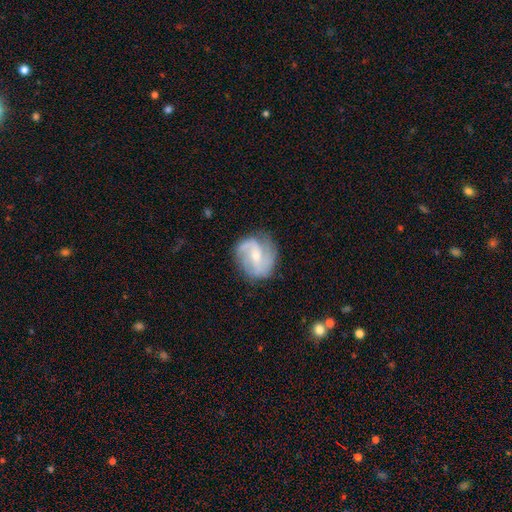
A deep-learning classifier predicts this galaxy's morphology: This is clearly a featured or disk galaxy (81%). It is clearly not viewed edge-on (97%). Bar: marginally weak (44%). Spiral arm pattern: clearly yes (94%). Spiral arm count: possibly 2 (58%). Spiral winding: marginally medium (45%). Central bulge: likely small (64%). Merging: likely none (74%).